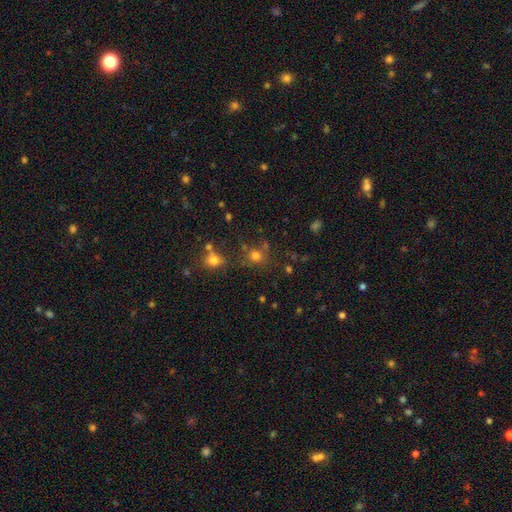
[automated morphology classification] Smooth or featured: smooth — 73% (star or artifact — 20%)
How rounded: round — 86% (in between — 13%)
Merging: none — 68% (merger — 15%)